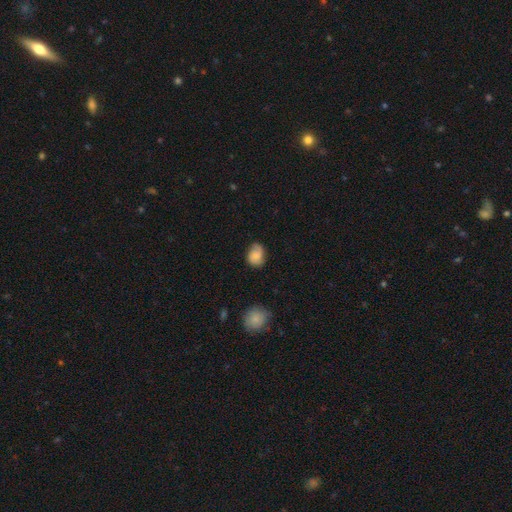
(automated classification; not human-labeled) Smooth or featured: smooth — 79% (featured or disk — 13%)
How rounded: in between — 55% (round — 44%)
Merging: none — 65% (minor disturbance — 28%)